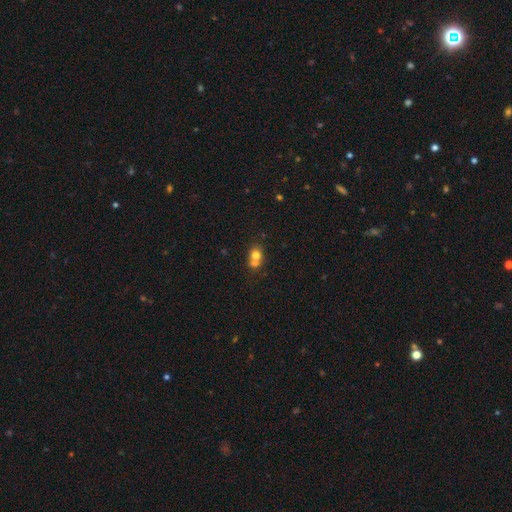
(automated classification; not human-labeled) Q: Smooth or featured?
A: smooth (72%); runner-up: featured or disk (16%)
Q: How rounded?
A: round (72%); runner-up: in between (27%)
Q: Merging?
A: merger (54%); runner-up: none (36%)